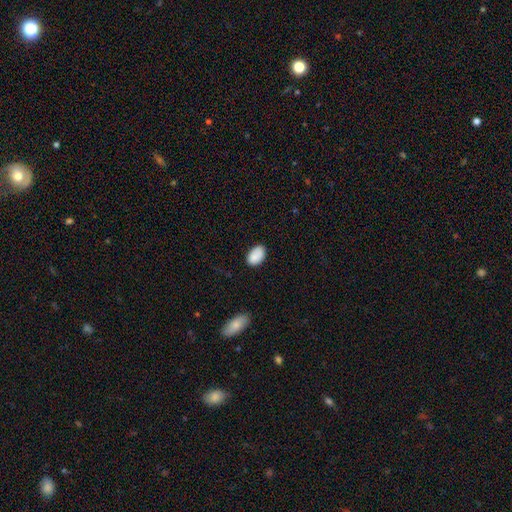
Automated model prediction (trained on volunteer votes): smooth 88%, star or artifact 7%, featured or disk 5%. Down the decision tree: how rounded — in between (90%); merging — none (81%).